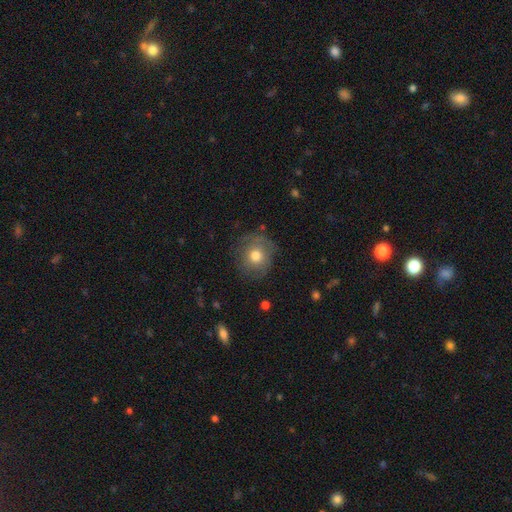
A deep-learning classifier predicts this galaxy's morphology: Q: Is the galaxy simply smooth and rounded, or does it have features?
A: smooth — 66%.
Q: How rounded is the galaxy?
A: round — 88%.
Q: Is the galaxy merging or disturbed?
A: none — 75%.